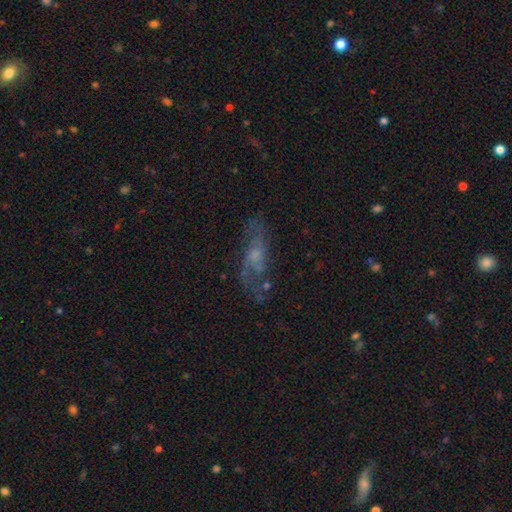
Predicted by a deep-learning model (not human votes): Smooth or featured? Predicted: featured or disk (p=0.59). Edge-on disk? Predicted: no (p=0.82). Merging? Predicted: none (p=0.54).